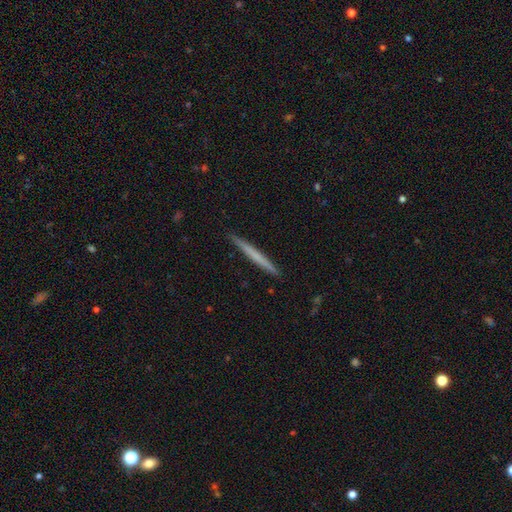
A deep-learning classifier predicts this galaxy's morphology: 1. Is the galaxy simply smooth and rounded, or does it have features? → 55% smooth, 40% featured or disk, 5% star or artifact.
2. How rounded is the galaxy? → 97% cigar-shaped, 1% in between, 1% round.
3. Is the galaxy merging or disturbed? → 92% none, 6% minor disturbance, 1% major disturbance, 1% merger.